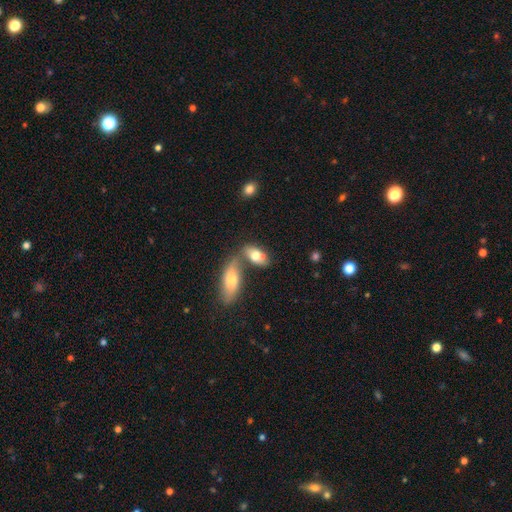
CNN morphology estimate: This is likely a smooth galaxy (73%). How rounded: clearly in between (88%). Merging: possibly merger (53%).